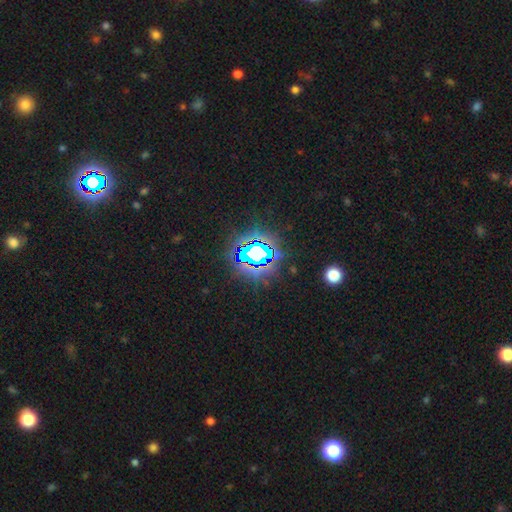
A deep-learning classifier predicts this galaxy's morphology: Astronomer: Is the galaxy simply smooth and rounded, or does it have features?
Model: star or artifact — 75%.